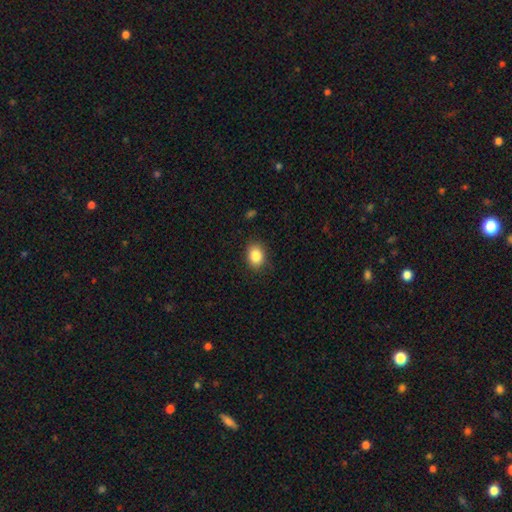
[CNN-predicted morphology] smooth_or_featured: smooth (p=0.86) [alt: star or artifact p=0.09]
how_rounded: in between (p=0.58) [alt: round p=0.41]
merging: none (p=0.85) [alt: minor disturbance p=0.11]